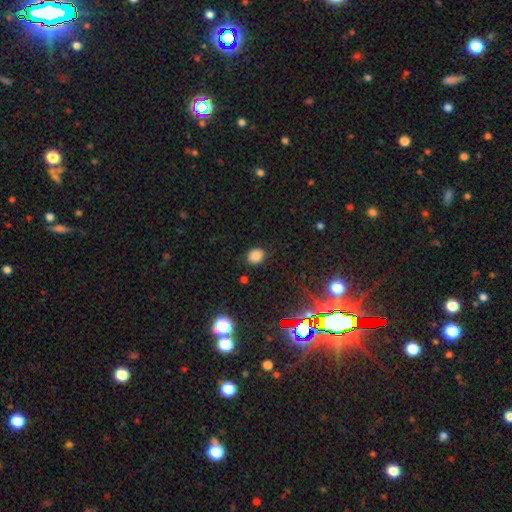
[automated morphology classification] This appears to be a smooth galaxy with no disk features (80%) that is round (55%). Merging: none (83%).